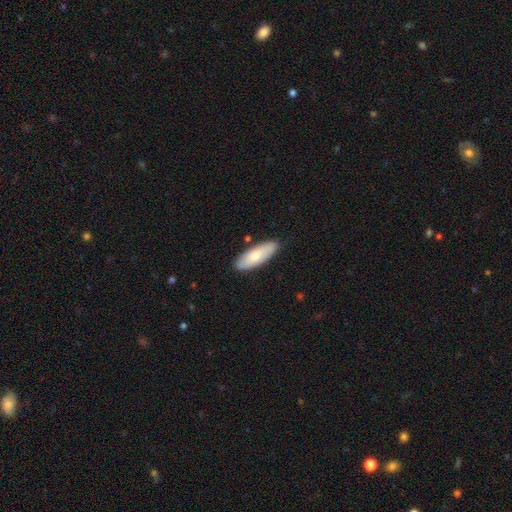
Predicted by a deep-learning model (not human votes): smooth_or_featured: smooth (p=0.75) [alt: featured or disk p=0.20]
how_rounded: in between (p=0.66) [alt: cigar-shaped p=0.32]
merging: none (p=0.84) [alt: minor disturbance p=0.12]